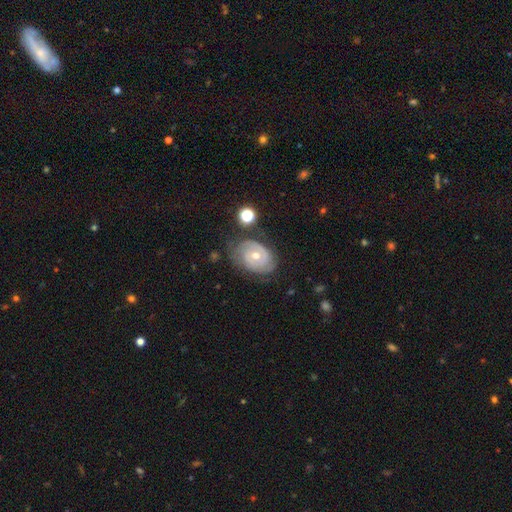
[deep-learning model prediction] This is likely a featured or disk galaxy (79%). It is clearly not viewed edge-on (97%). Bar: likely no (70%). Spiral arm pattern: clearly yes (90%). Spiral arm count: possibly 2 (51%). Spiral winding: likely tight (69%). Central bulge: possibly moderate (59%). Merging: likely none (69%).